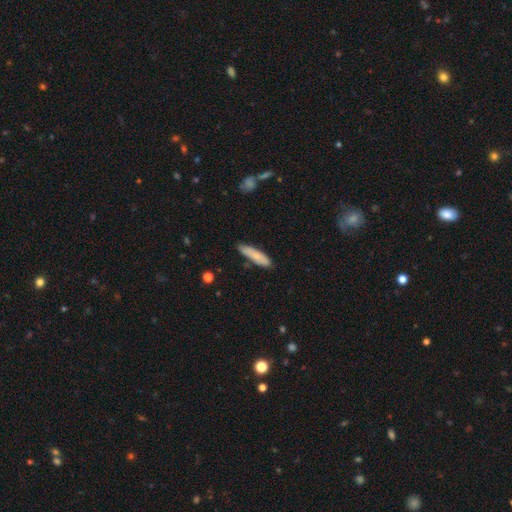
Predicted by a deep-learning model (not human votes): smooth_or_featured: smooth (p=0.78) [alt: featured or disk p=0.16]
how_rounded: cigar-shaped (p=0.75) [alt: in between p=0.23]
merging: none (p=0.78) [alt: minor disturbance p=0.17]